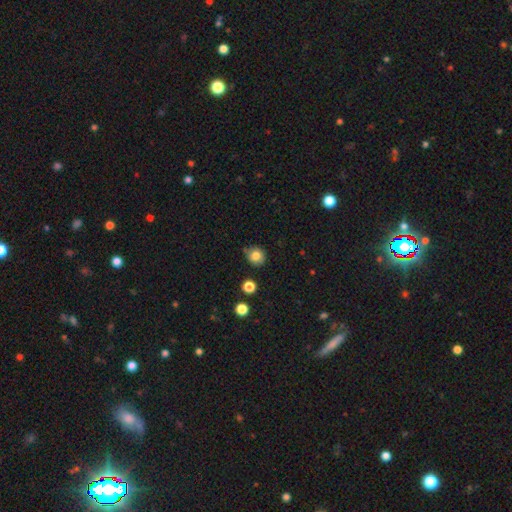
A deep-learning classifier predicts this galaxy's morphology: Smooth or featured?
  - smooth: 81% *
  - star or artifact: 11%
  - featured or disk: 8%
How rounded?
  - round: 79% *
  - in between: 20%
  - cigar-shaped: 1%
Merging?
  - none: 75% *
  - minor disturbance: 19%
  - merger: 3%
  - major disturbance: 3%